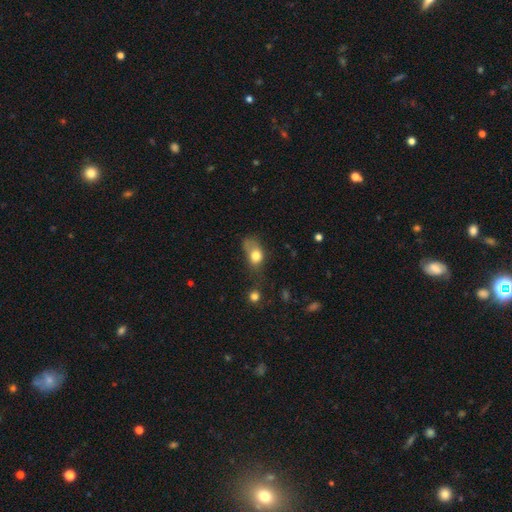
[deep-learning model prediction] A smooth galaxy with no disk features (74%) that is in between round and cigar-shaped (73%).

Vote fractions:
- Smooth or featured? smooth: 74% / featured or disk: 16% / star or artifact: 10%
- How rounded? in between: 73% / round: 24% / cigar-shaped: 3%
- Merging? major disturbance: 34% / minor disturbance: 29% / none: 27% / merger: 10%